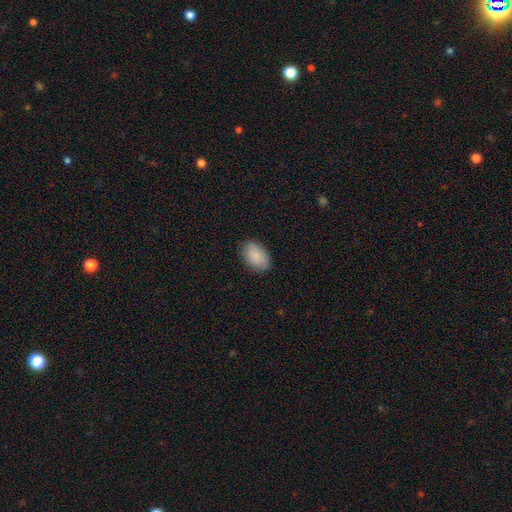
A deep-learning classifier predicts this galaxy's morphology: type=smooth (88%); roundness=in between (91%); merging=none (85%).